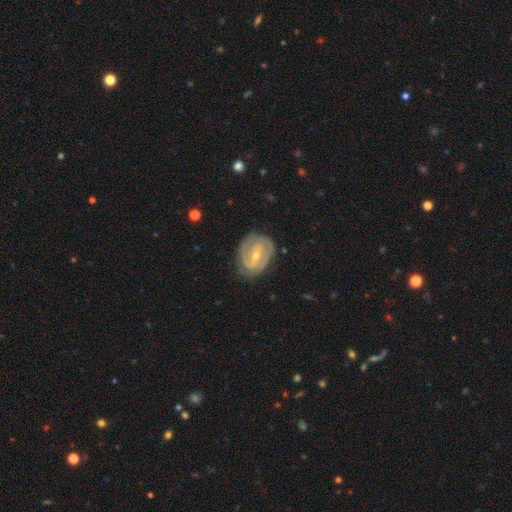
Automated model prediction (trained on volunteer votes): Smooth or featured? Predicted: featured or disk (p=0.81). Edge-on disk? Predicted: no (p=0.97). Bar? Predicted: weak (p=0.43). Spiral arms? Predicted: yes (p=0.85). Spiral winding? Predicted: tight (p=0.64). Spiral arm count? Predicted: 2 (p=0.57). Bulge size? Predicted: small (p=0.55). Merging? Predicted: none (p=0.71).